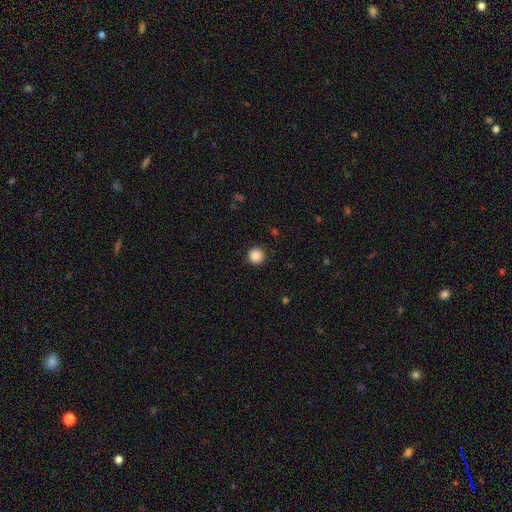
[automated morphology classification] Smooth or featured? Predicted: smooth (p=0.87). How rounded? Predicted: round (p=0.96). Merging? Predicted: none (p=0.92).